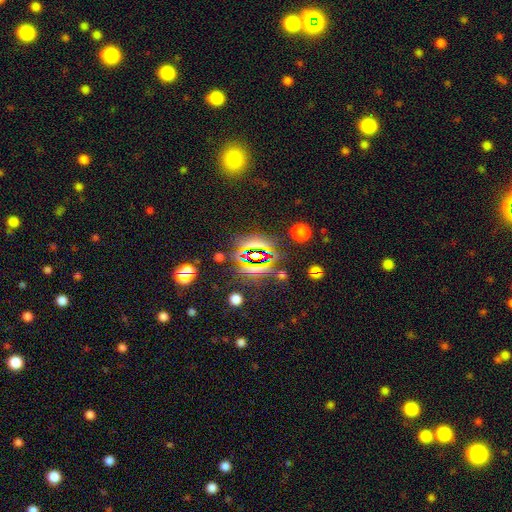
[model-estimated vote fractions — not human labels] Smooth or featured?
  - star or artifact: 64% *
  - smooth: 23%
  - featured or disk: 12%